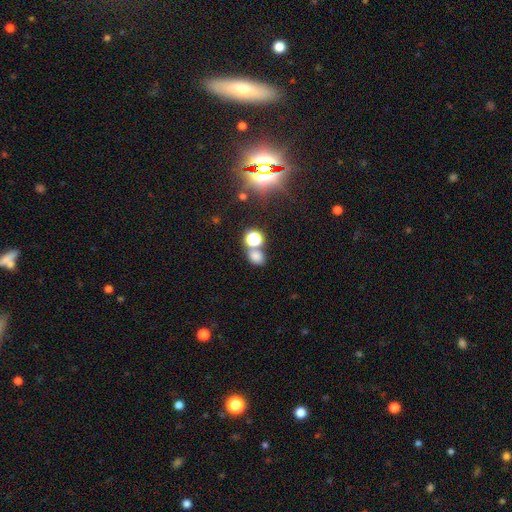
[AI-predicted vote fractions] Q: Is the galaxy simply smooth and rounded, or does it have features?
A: smooth — 71%.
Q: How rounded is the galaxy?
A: round — 51%.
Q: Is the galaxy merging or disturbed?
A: none — 55%.